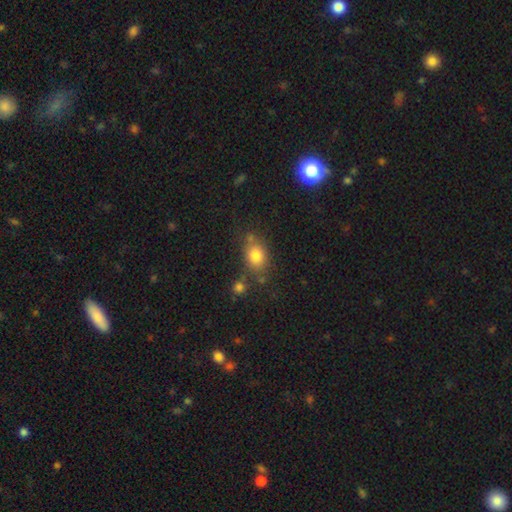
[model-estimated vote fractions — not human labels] Morphology: type=smooth (80%); roundness=in between (66%); merging=none (67%).